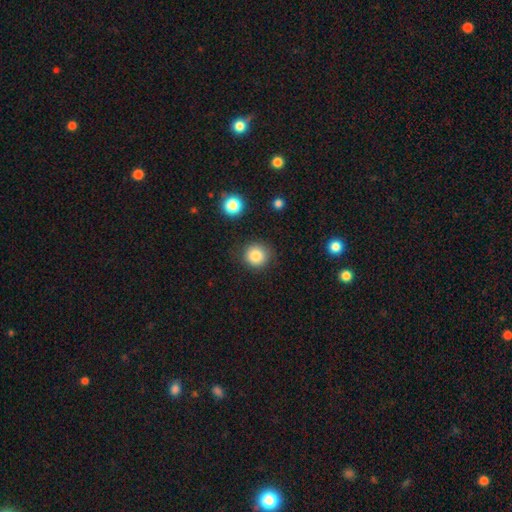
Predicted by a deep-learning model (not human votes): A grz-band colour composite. It shows a smooth galaxy with no disk features (83%) that is round (92%). Merging: none (86%).